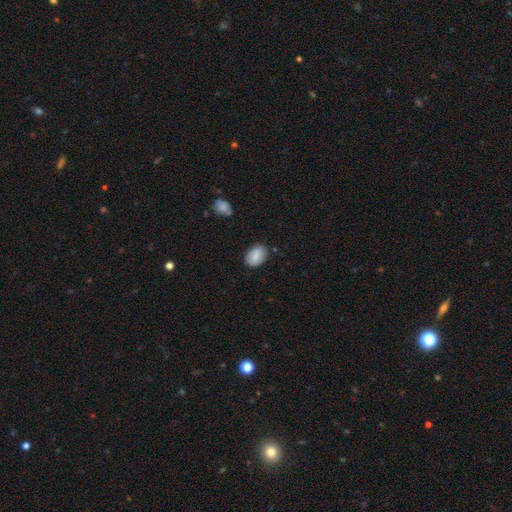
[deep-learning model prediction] Q: Smooth or featured?
A: smooth (85%); runner-up: featured or disk (8%)
Q: How rounded?
A: in between (81%); runner-up: round (18%)
Q: Merging?
A: none (82%); runner-up: minor disturbance (13%)